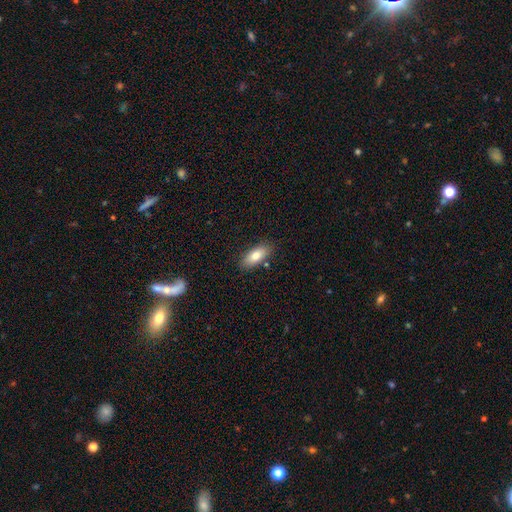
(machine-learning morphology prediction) smooth-or-featured: smooth: 78% | featured or disk: 15% | star or artifact: 7%
  how-rounded: in between: 82% | cigar-shaped: 15% | round: 3%
  merging: none: 83% | minor disturbance: 11% | merger: 3% | major disturbance: 2%